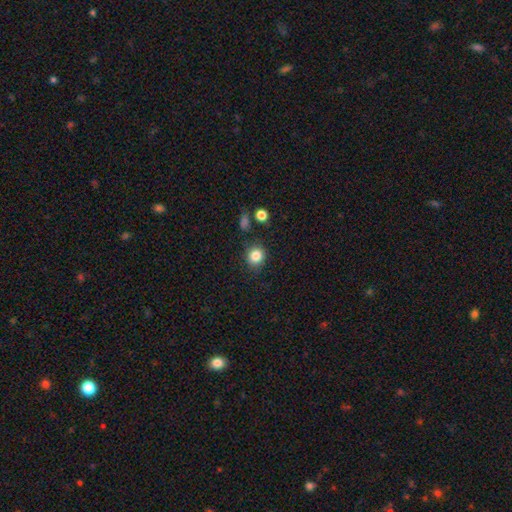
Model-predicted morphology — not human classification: A smooth galaxy with no disk features (84%) that is round (83%).

Vote fractions:
- Smooth or featured? smooth: 84% / star or artifact: 11% / featured or disk: 5%
- How rounded? round: 83% / in between: 17% / cigar-shaped: 1%
- Merging? none: 84% / minor disturbance: 10% / merger: 3% / major disturbance: 3%